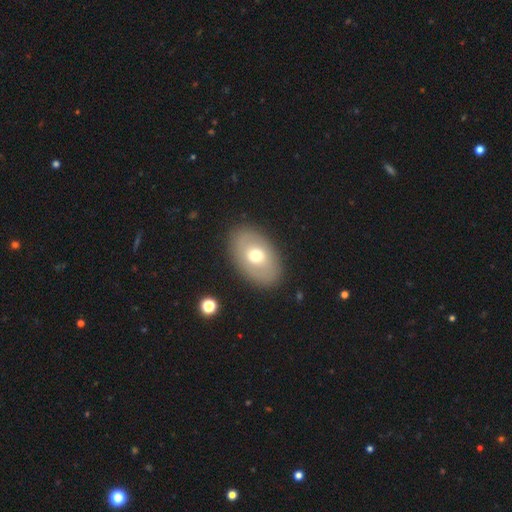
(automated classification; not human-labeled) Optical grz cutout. It shows a smooth galaxy with no disk features (59%) that is in between round and cigar-shaped (86%). Merging: none (87%).